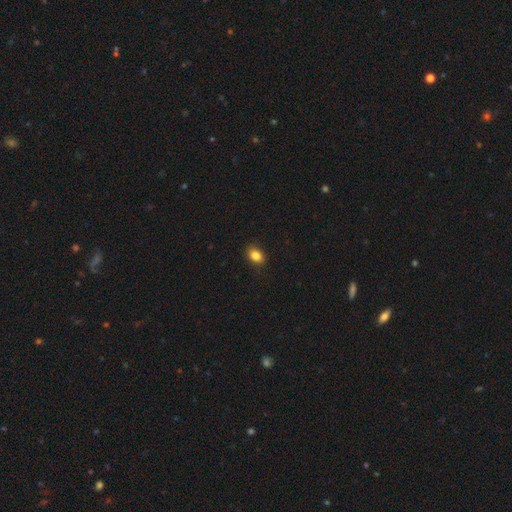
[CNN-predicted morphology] Smooth or featured? Predicted: smooth (p=0.85). How rounded? Predicted: in between (p=0.69). Merging? Predicted: none (p=0.87).